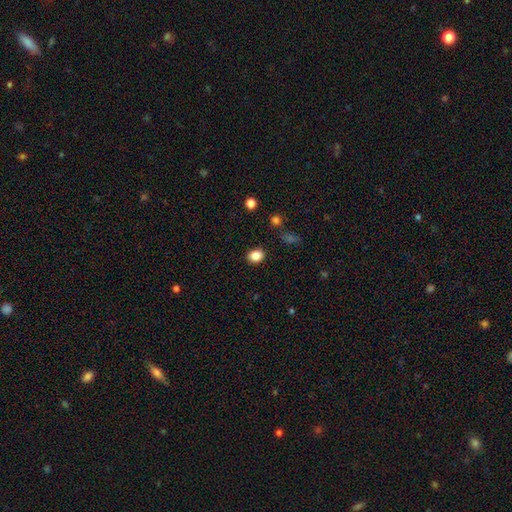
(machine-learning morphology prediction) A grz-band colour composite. It shows a smooth galaxy with no disk features (85%) that is in between round and cigar-shaped (54%). Merging: none (88%).